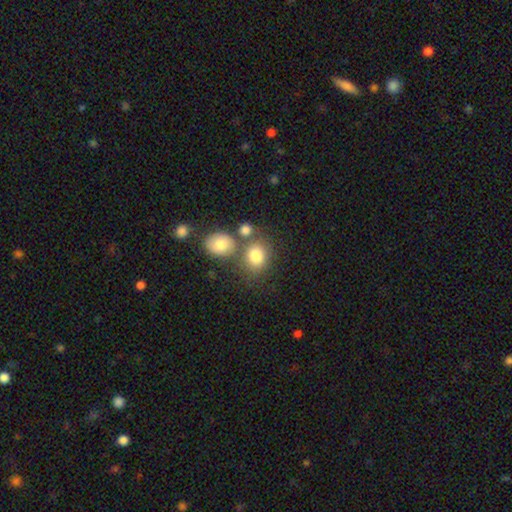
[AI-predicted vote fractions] smooth-or-featured: smooth: 80% | star or artifact: 10% | featured or disk: 10%
  how-rounded: round: 62% | in between: 37% | cigar-shaped: 1%
  merging: none: 57% | merger: 26% | minor disturbance: 13% | major disturbance: 5%